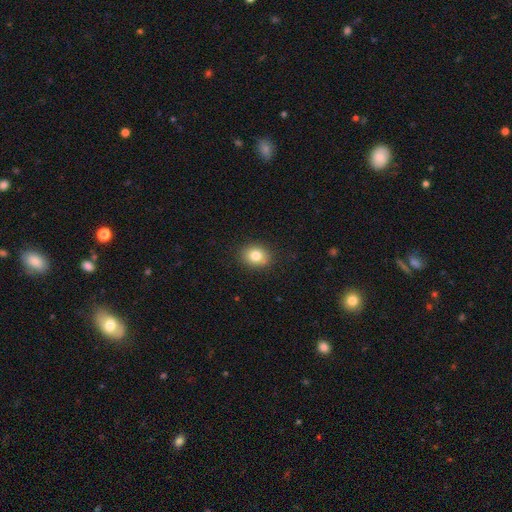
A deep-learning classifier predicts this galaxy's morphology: This is clearly a smooth galaxy (82%). How rounded: possibly round (54%). Merging: clearly none (89%).